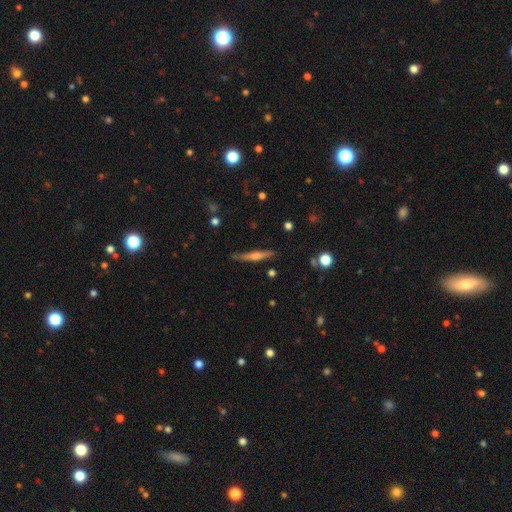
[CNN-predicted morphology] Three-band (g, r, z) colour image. It shows a featured or disk galaxy (62%) viewed edge-on (96%) with a rounded central bulge (69%). Merging: none (86%).